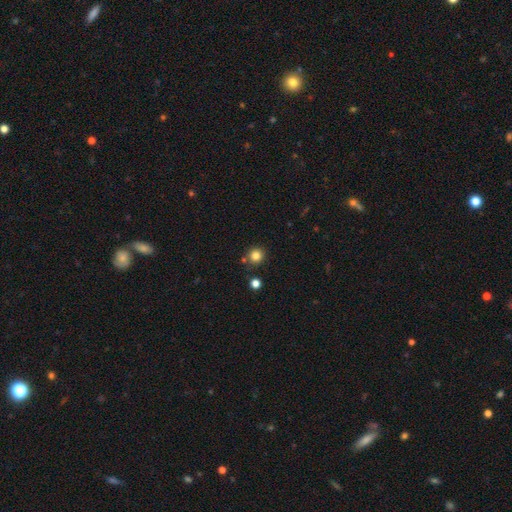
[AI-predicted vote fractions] smooth-or-featured: smooth: 83% | star or artifact: 13% | featured or disk: 5%
  how-rounded: round: 93% | in between: 6% | cigar-shaped: 1%
  merging: none: 84% | minor disturbance: 8% | merger: 6% | major disturbance: 2%